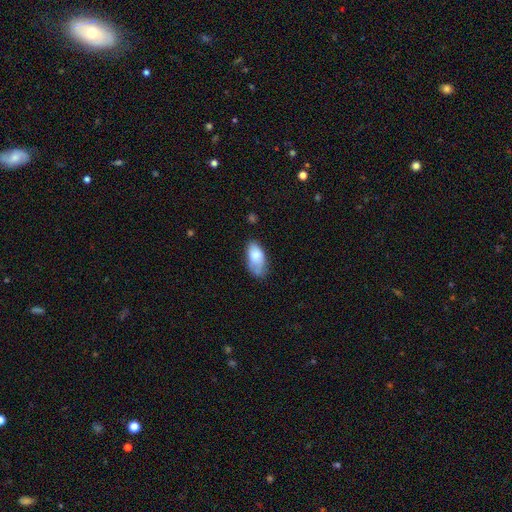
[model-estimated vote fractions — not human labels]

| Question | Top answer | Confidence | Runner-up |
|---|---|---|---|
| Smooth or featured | smooth | 77% | featured or disk (16%) |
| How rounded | in between | 93% | cigar-shaped (4%) |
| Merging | none | 51% | minor disturbance (34%) |